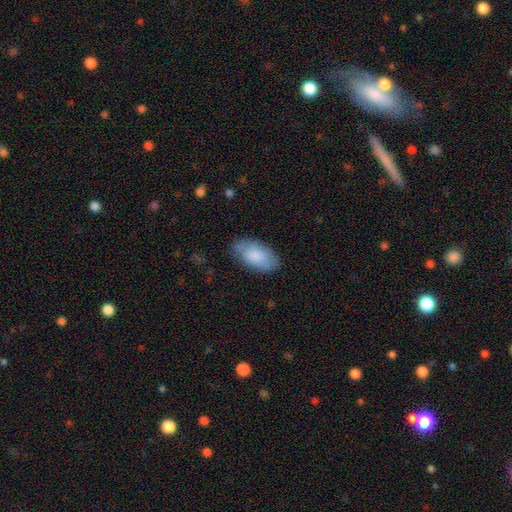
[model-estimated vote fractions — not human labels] Smooth or featured: smooth — 79% (featured or disk — 15%)
How rounded: in between — 94% (cigar-shaped — 4%)
Merging: none — 77% (minor disturbance — 17%)